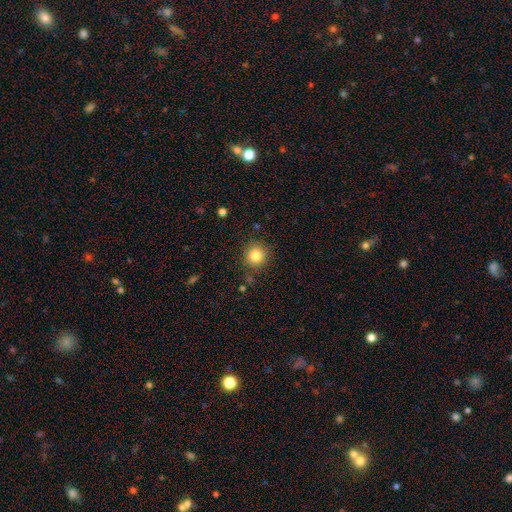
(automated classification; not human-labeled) A smooth galaxy with no disk features (83%) that is round (90%).

Vote fractions:
- Smooth or featured? smooth: 83% / star or artifact: 11% / featured or disk: 6%
- How rounded? round: 90% / in between: 9% / cigar-shaped: 1%
- Merging? none: 86% / minor disturbance: 9% / major disturbance: 3% / merger: 2%